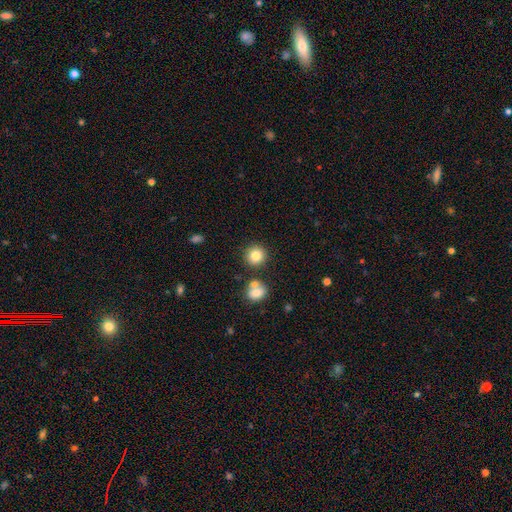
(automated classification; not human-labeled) smooth_or_featured: smooth (p=0.82) [alt: star or artifact p=0.11]
how_rounded: round (p=0.91) [alt: in between p=0.08]
merging: none (p=0.78) [alt: merger p=0.11]